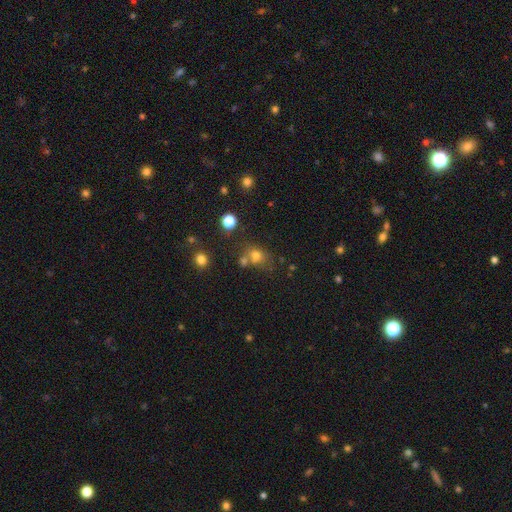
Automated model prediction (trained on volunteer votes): smooth_or_featured: smooth (p=0.70) [alt: star or artifact p=0.19]
how_rounded: round (p=0.64) [alt: in between p=0.35]
merging: none (p=0.53) [alt: merger p=0.28]